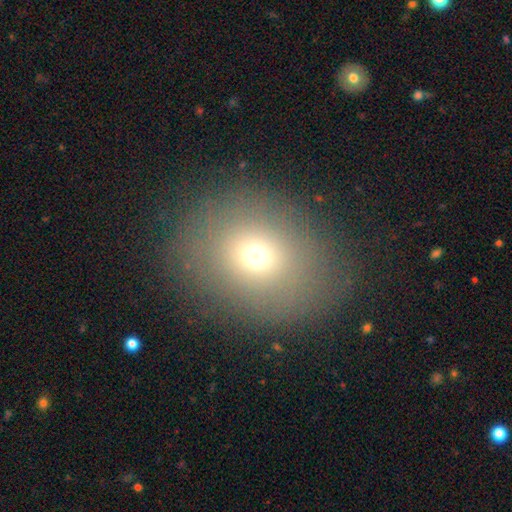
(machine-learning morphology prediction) type=smooth (68%); roundness=round (50%); merging=none (82%).